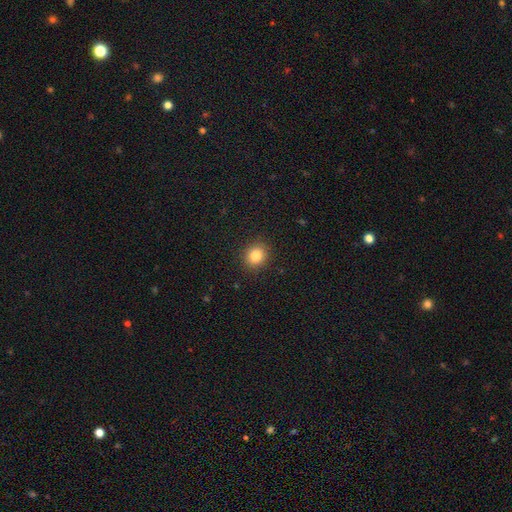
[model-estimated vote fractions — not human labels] smooth-or-featured: smooth: 84% | star or artifact: 11% | featured or disk: 5%
  how-rounded: round: 79% | in between: 20% | cigar-shaped: 1%
  merging: none: 90% | minor disturbance: 7% | major disturbance: 2% | merger: 1%